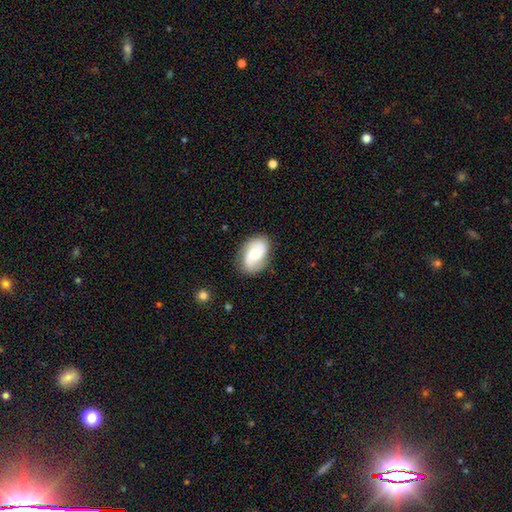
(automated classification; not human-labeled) A featured or disk galaxy (64%) with no bar (58%), 2 (87%) medium (45%) spiral arms (93%) and a moderate central bulge (48%). Merging: none (80%).